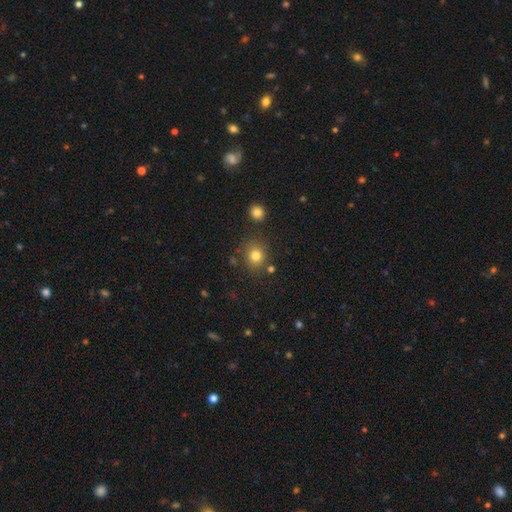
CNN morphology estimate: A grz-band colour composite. It shows a smooth galaxy with no disk features (81%) that is round (80%). Merging: none (79%).